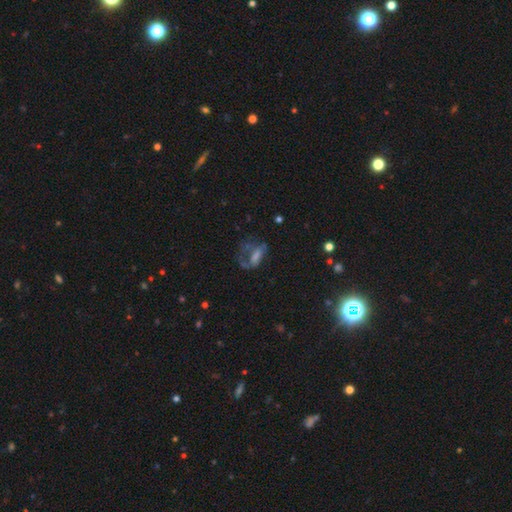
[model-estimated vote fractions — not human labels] Smooth or featured? Predicted: featured or disk (p=0.44). Merging? Predicted: major disturbance (p=0.42).